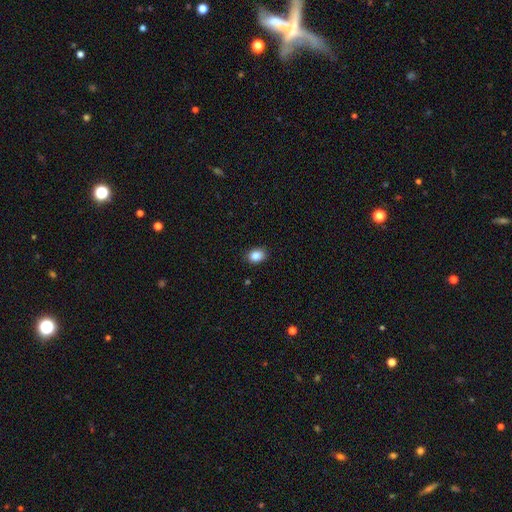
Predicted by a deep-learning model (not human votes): Smooth or featured: smooth — 87% (star or artifact — 9%)
How rounded: in between — 62% (round — 37%)
Merging: none — 88% (minor disturbance — 9%)